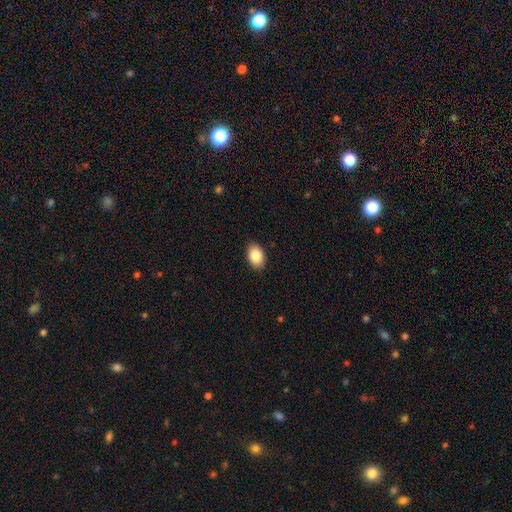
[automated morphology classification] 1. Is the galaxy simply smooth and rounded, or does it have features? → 87% smooth, 7% star or artifact, 6% featured or disk.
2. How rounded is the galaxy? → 85% in between, 14% round, 1% cigar-shaped.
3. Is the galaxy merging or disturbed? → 89% none, 8% minor disturbance, 2% major disturbance, 1% merger.